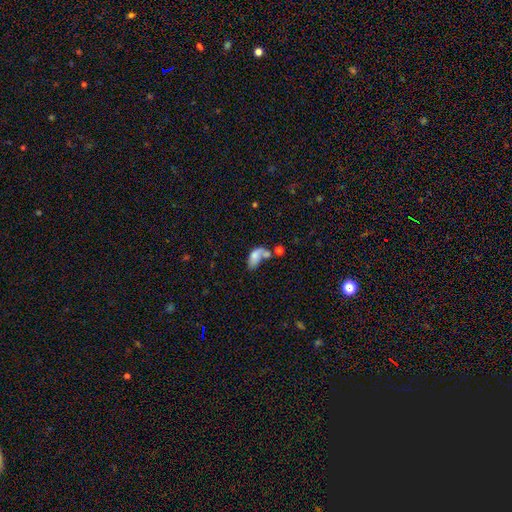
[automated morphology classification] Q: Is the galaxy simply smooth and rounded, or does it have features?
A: smooth — 65%.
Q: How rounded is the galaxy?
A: in between — 87%.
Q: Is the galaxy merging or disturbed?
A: merger — 43%.